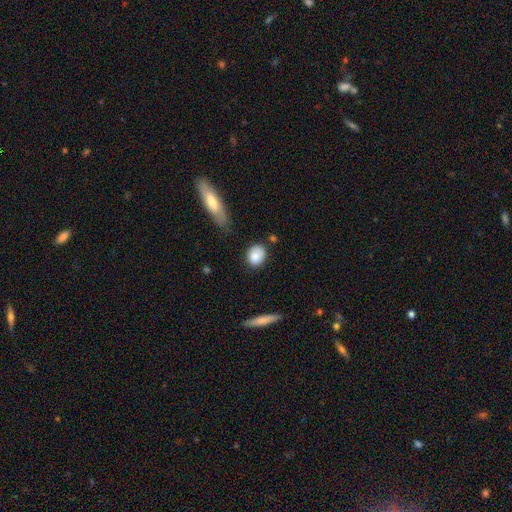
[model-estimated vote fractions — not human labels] smooth_or_featured: smooth (p=0.84) [alt: featured or disk p=0.09]
how_rounded: round (p=0.52) [alt: in between p=0.46]
merging: none (p=0.74) [alt: minor disturbance p=0.18]